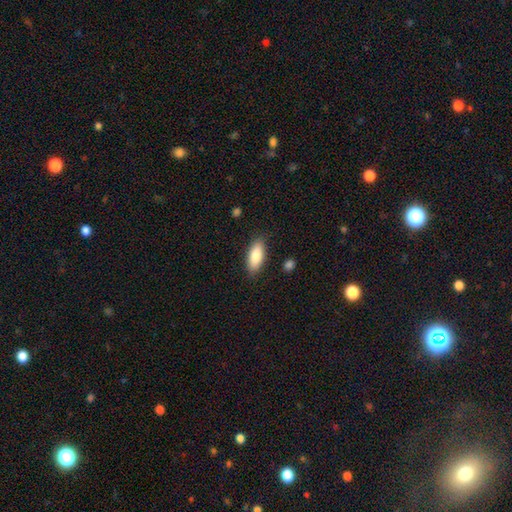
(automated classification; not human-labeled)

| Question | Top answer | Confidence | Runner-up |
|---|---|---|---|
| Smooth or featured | smooth | 85% | featured or disk (9%) |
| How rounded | in between | 79% | cigar-shaped (19%) |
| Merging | none | 86% | minor disturbance (10%) |